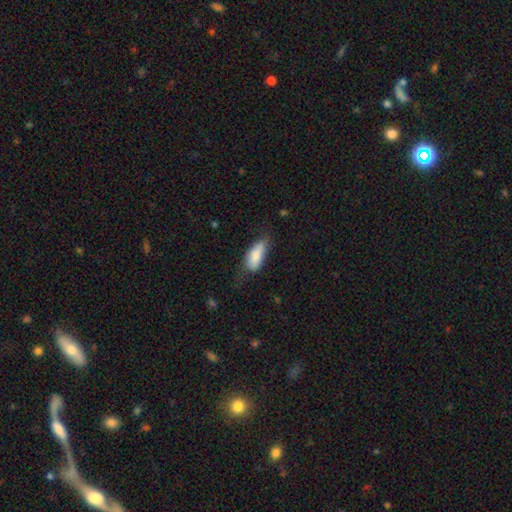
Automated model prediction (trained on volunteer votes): This appears to be a smooth galaxy with no disk features (81%) that is in between round and cigar-shaped (82%). Merging: none (51%).